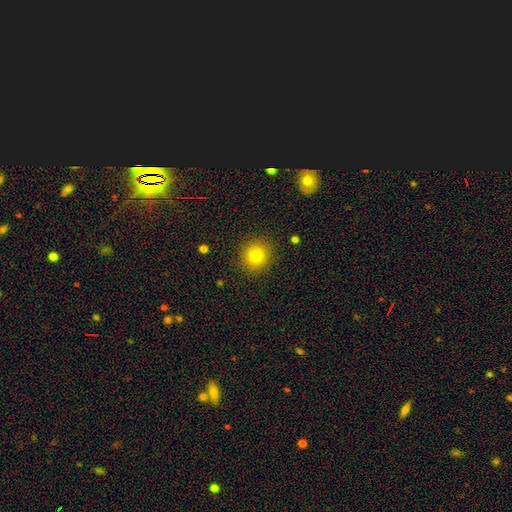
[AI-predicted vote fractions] The model was most divided on "smooth or featured": smooth: 81%, star or artifact: 12%, featured or disk: 7%. More confident: merging — none (90%); how rounded — round (90%).